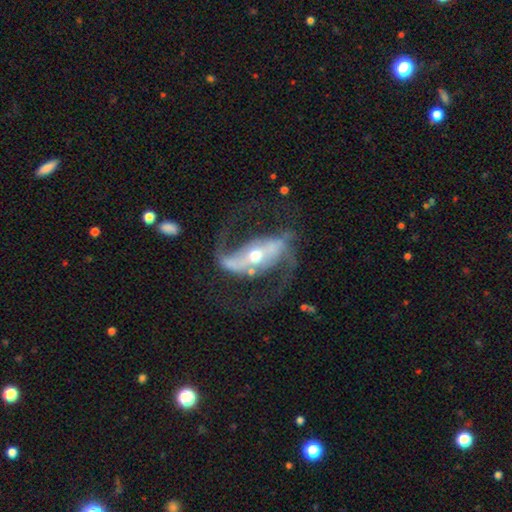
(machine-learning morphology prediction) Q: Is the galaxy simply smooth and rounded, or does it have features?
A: featured or disk — 91%.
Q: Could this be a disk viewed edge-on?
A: no — 96%.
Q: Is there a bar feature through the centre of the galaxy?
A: strong — 63%.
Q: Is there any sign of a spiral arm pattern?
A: yes — 97%.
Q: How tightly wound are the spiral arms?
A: medium — 49%.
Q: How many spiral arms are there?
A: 2 — 93%.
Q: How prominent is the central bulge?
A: moderate — 59%.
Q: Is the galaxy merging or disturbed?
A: none — 72%.